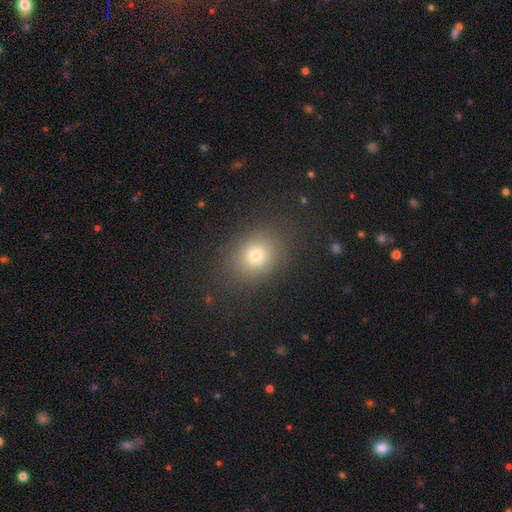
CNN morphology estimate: A smooth galaxy with no disk features (73%) that is round (55%). Merging: none (85%).